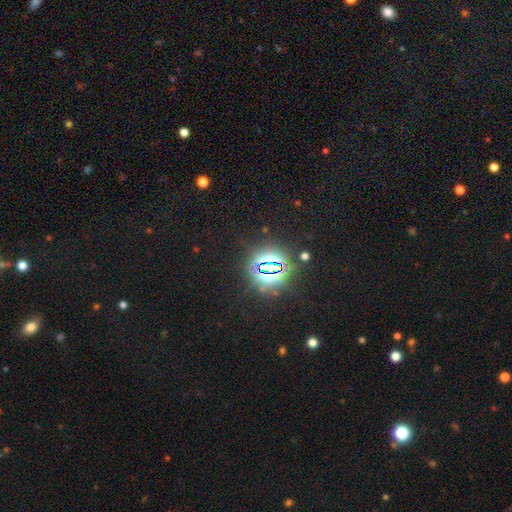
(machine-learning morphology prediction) Smooth or featured: star or artifact — 80% (smooth — 11%)